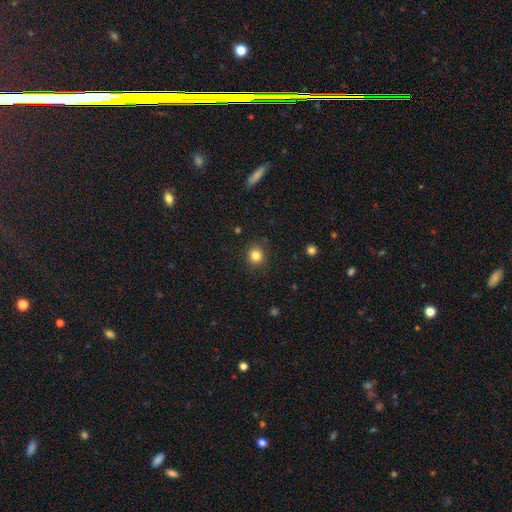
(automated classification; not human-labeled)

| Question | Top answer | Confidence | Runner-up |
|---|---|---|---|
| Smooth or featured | smooth | 83% | star or artifact (12%) |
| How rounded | round | 89% | in between (10%) |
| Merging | none | 88% | minor disturbance (8%) |